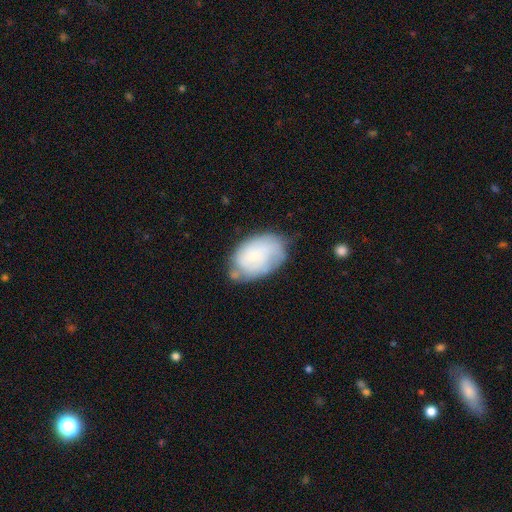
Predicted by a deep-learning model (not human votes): A smooth galaxy with no disk features (52%) that is in between round and cigar-shaped (87%).

Vote fractions:
- Smooth or featured? smooth: 52% / featured or disk: 41% / star or artifact: 8%
- How rounded? in between: 87% / round: 12% / cigar-shaped: 1%
- Merging? none: 54% / minor disturbance: 31% / major disturbance: 10% / merger: 5%